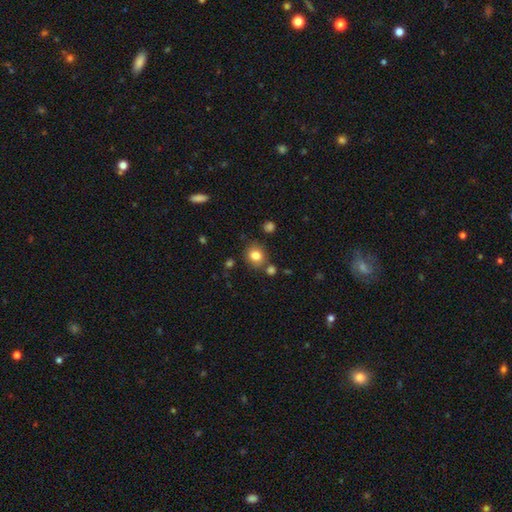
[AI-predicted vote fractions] Overall: smooth (81%). How rounded: round (75%). Merging: none (77%).